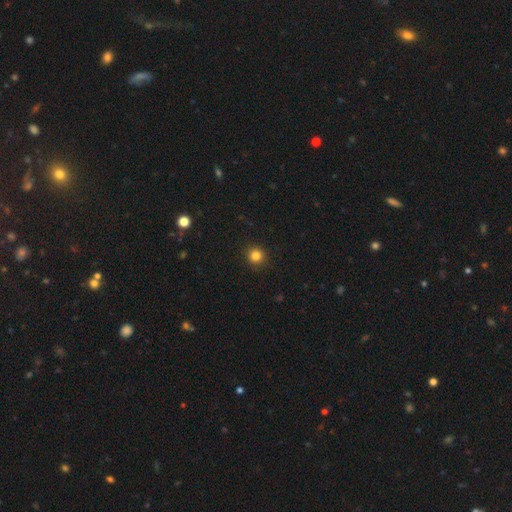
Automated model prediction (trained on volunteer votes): smooth 84%, star or artifact 12%, featured or disk 4%. Down the decision tree: how rounded — round (94%); merging — none (92%).